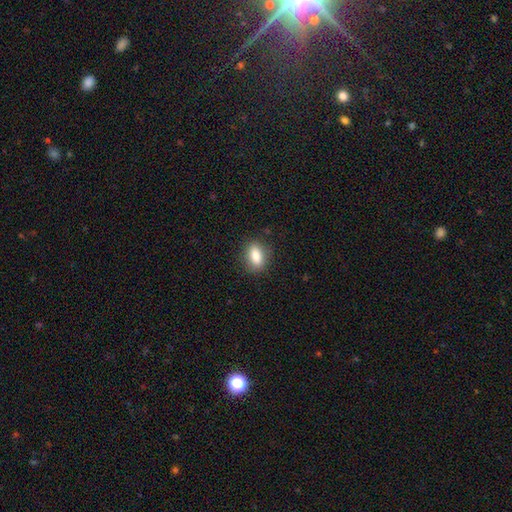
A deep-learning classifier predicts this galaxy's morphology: Smooth or featured: smooth — 85% (star or artifact — 8%)
How rounded: in between — 80% (round — 11%)
Merging: none — 85% (minor disturbance — 11%)